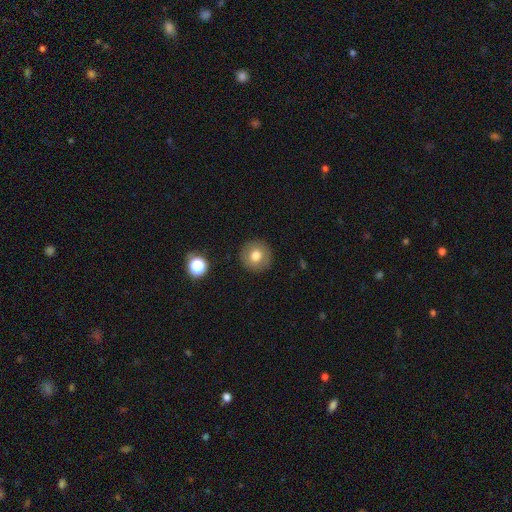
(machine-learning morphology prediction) The model was most divided on "smooth or featured": smooth: 76%, featured or disk: 14%, star or artifact: 10%. More confident: how rounded — round (94%); merging — none (90%).